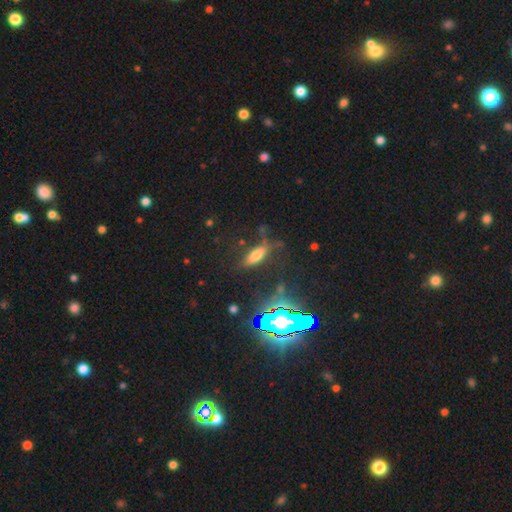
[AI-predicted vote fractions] smooth-or-featured: smooth: 63% | star or artifact: 19% | featured or disk: 18%
  how-rounded: in between: 58% | cigar-shaped: 37% | round: 4%
  merging: none: 70% | minor disturbance: 18% | major disturbance: 8% | merger: 4%